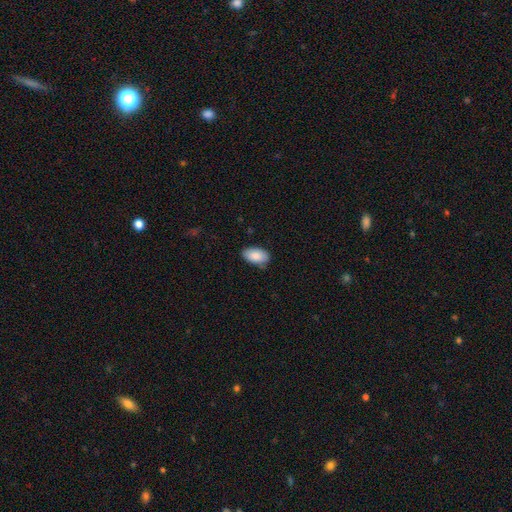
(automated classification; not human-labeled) A smooth galaxy with no disk features (88%) that is in between round and cigar-shaped (95%).

Vote fractions:
- Smooth or featured? smooth: 88% / star or artifact: 6% / featured or disk: 6%
- How rounded? in between: 95% / round: 4% / cigar-shaped: 2%
- Merging? none: 80% / minor disturbance: 17% / major disturbance: 3% / merger: 1%